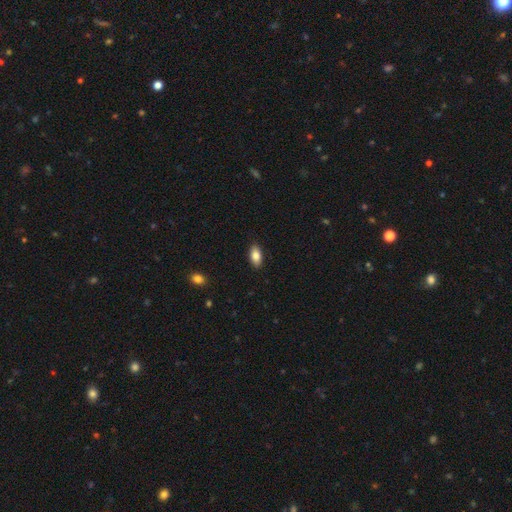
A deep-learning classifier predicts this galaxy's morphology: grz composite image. It shows a smooth galaxy with no disk features (85%) that is in between round and cigar-shaped (91%). Merging: none (89%).